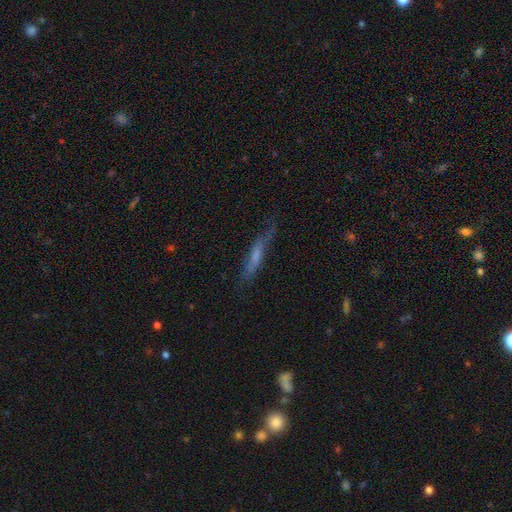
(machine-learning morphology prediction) smooth_or_featured: featured or disk (p=0.51) [alt: smooth p=0.39]
disk_edge_on: yes (p=0.76) [alt: no p=0.24]
merging: none (p=0.68) [alt: minor disturbance p=0.21]